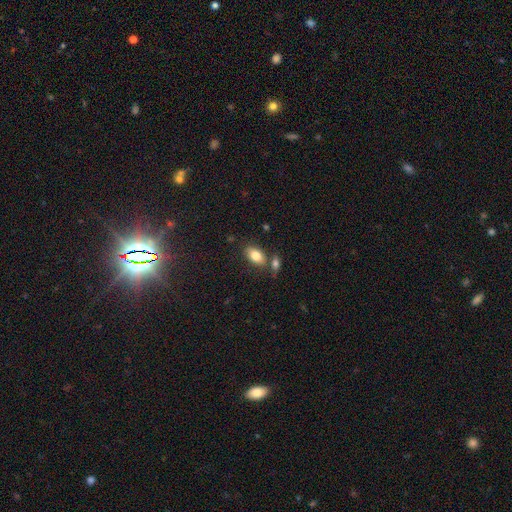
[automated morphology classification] smooth_or_featured: smooth (p=0.82) [alt: featured or disk p=0.10]
how_rounded: in between (p=0.91) [alt: round p=0.06]
merging: none (p=0.67) [alt: merger p=0.18]